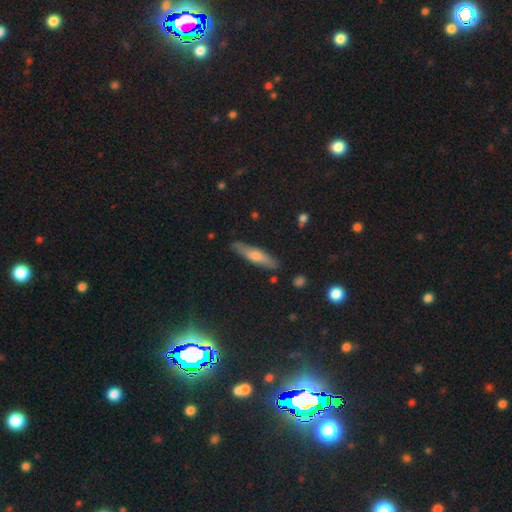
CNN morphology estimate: Overall: smooth (51%; featured or disk 40%). How rounded: cigar-shaped (79%). Merging: none (87%).